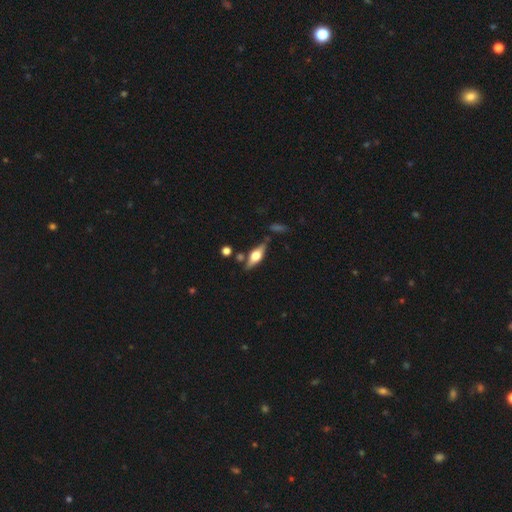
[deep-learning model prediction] This appears to be a featured or disk galaxy (58%) viewed edge-on (91%) with a rounded central bulge (93%). Merging: none (77%).